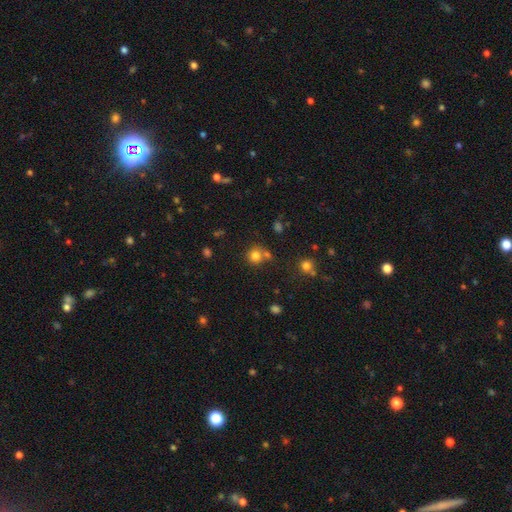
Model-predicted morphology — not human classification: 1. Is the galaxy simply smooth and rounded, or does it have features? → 78% smooth, 14% star or artifact, 7% featured or disk.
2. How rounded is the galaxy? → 89% round, 10% in between, 1% cigar-shaped.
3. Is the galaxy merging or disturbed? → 63% none, 24% merger, 10% minor disturbance, 4% major disturbance.